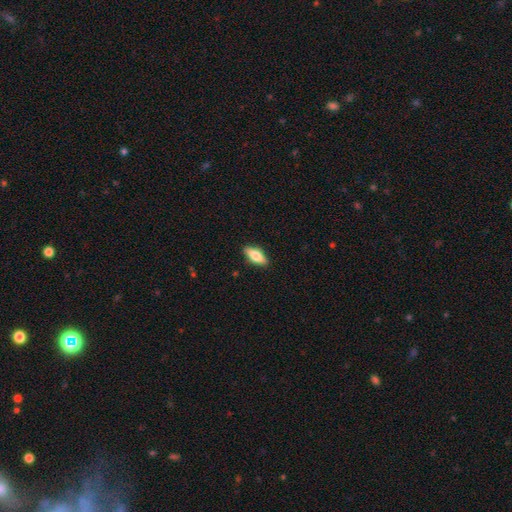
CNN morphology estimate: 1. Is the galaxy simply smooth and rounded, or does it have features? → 71% smooth, 23% featured or disk, 6% star or artifact.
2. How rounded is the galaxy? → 77% in between, 20% cigar-shaped, 3% round.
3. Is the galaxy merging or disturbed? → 89% none, 9% minor disturbance, 2% major disturbance, 1% merger.